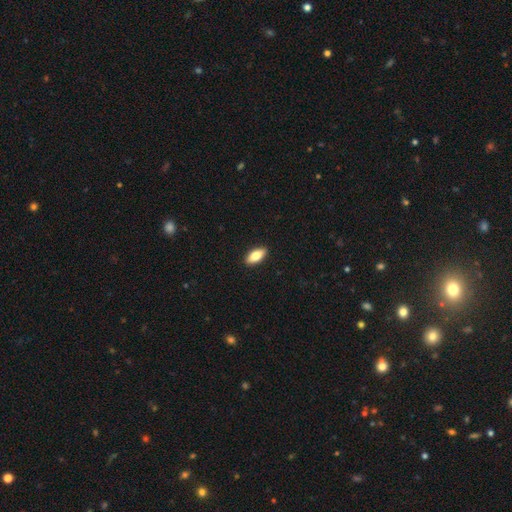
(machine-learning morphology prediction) This is likely a smooth galaxy (78%). How rounded: clearly in between (86%). Merging: clearly none (91%).